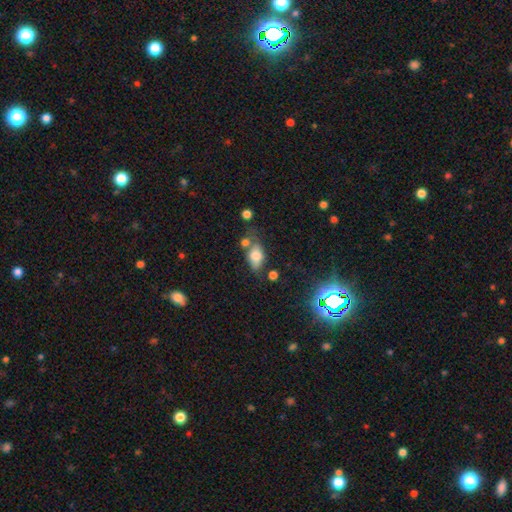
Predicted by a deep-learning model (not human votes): Smooth or featured: smooth — 72% (featured or disk — 17%)
How rounded: in between — 85% (round — 10%)
Merging: none — 48% (minor disturbance — 22%)